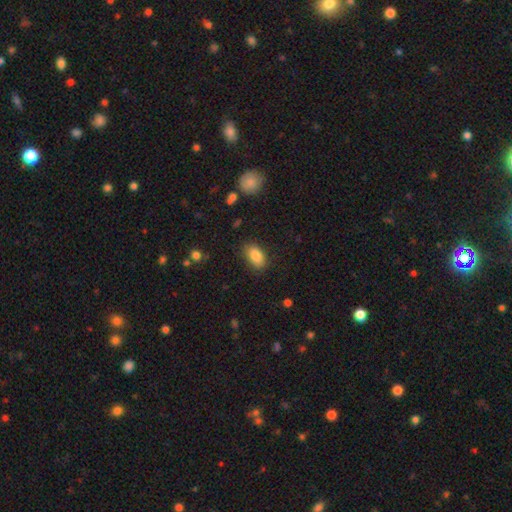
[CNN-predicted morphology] Smooth or featured? smooth (86%)
How rounded? in between (90%)
Merging? none (81%)